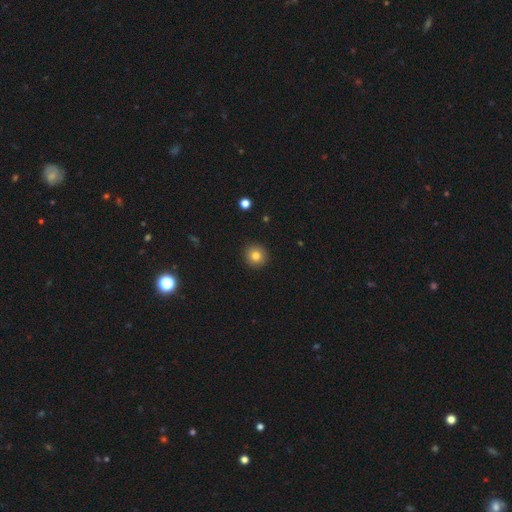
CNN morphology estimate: This is clearly a smooth galaxy (81%). How rounded: clearly round (94%). Merging: clearly none (92%).